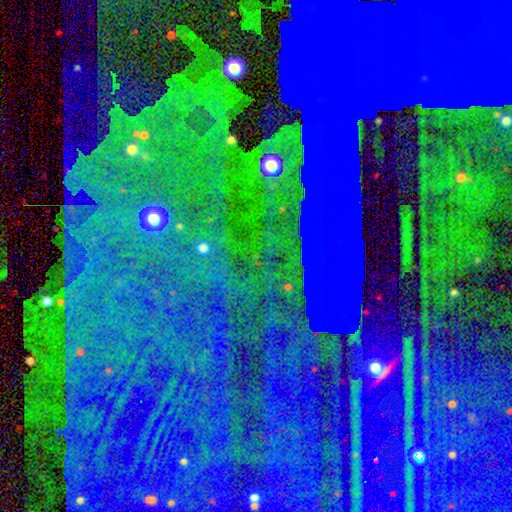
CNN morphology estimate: Smooth or featured: star or artifact — 82% (smooth — 9%)